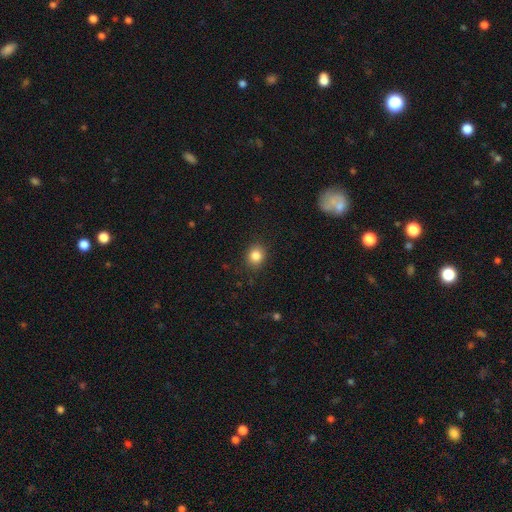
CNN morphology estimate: smooth_or_featured: smooth (p=0.85) [alt: star or artifact p=0.10]
how_rounded: round (p=0.72) [alt: in between p=0.27]
merging: none (p=0.88) [alt: minor disturbance p=0.09]